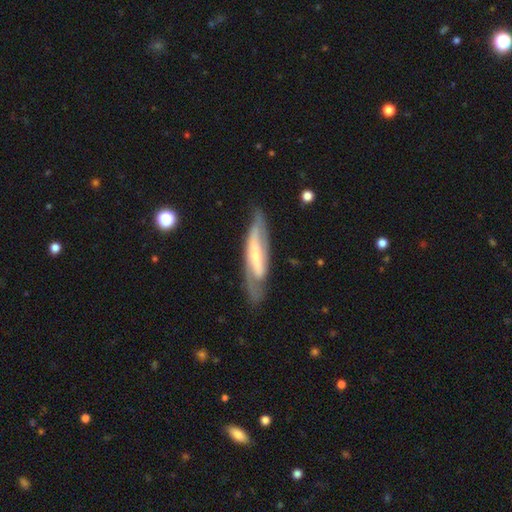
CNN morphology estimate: Smooth or featured? Predicted: featured or disk (p=0.74). Edge-on disk? Predicted: no (p=0.68). Bar? Predicted: strong (p=0.47). Spiral arms? Predicted: yes (p=0.82). Bulge size? Predicted: small (p=0.62). Merging? Predicted: none (p=0.73).